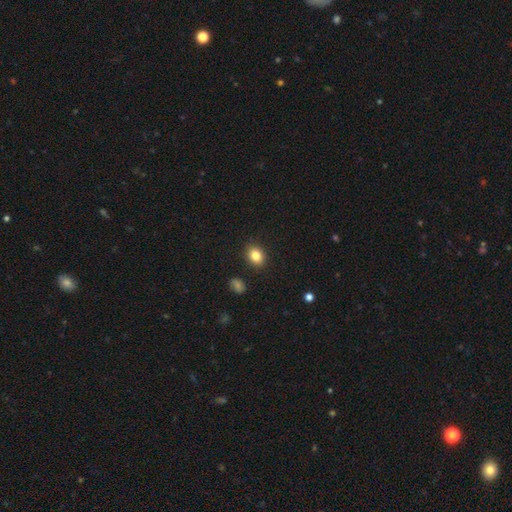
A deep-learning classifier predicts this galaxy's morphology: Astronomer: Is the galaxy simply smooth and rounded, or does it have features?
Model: smooth — 84%.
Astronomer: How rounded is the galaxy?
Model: in between — 54% (runner-up: round, 45%).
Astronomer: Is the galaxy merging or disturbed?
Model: none — 88%.